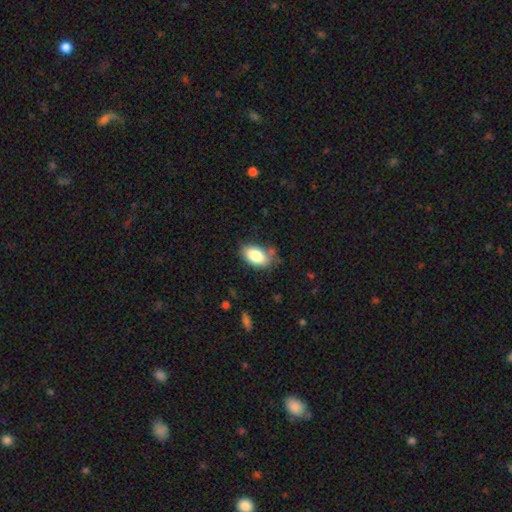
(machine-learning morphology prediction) A smooth galaxy with no disk features (83%) that is in between round and cigar-shaped (92%).

Vote fractions:
- Smooth or featured? smooth: 83% / featured or disk: 10% / star or artifact: 8%
- How rounded? in between: 92% / round: 6% / cigar-shaped: 2%
- Merging? none: 73% / minor disturbance: 19% / major disturbance: 4% / merger: 3%